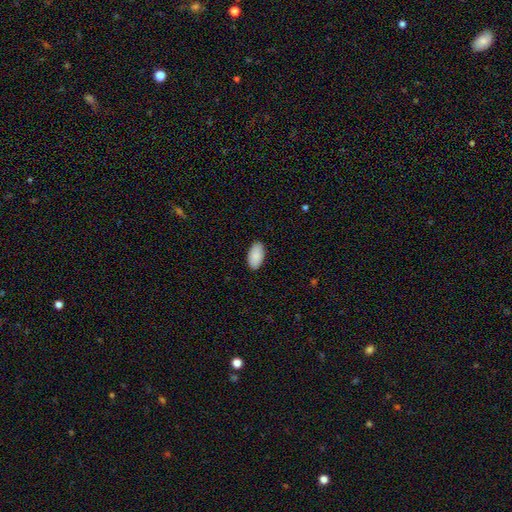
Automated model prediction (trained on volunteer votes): Morphology: type=smooth (90%); roundness=in between (96%); merging=none (89%).